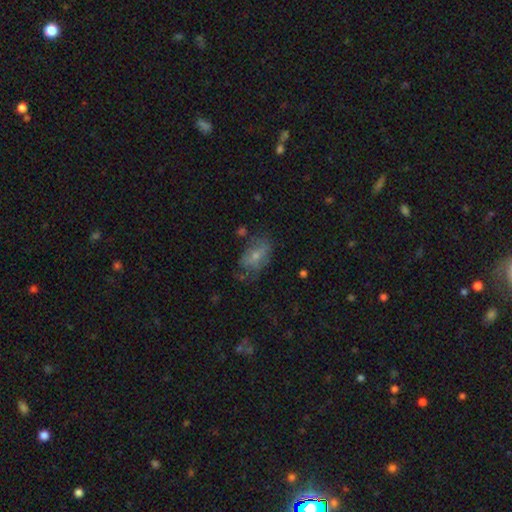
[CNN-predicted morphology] This appears to be a smooth galaxy with no disk features (59%) that is in between round and cigar-shaped (85%). Merging: none (51%).